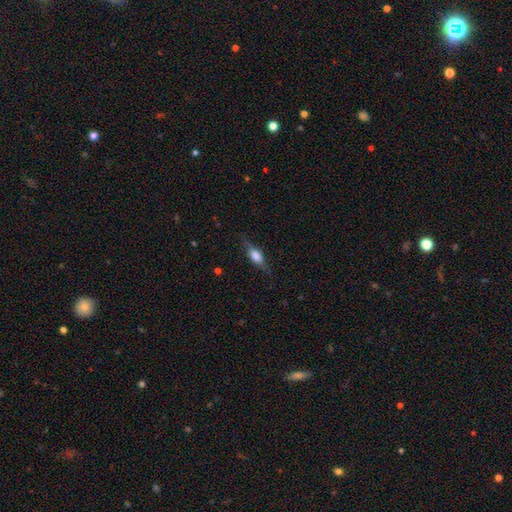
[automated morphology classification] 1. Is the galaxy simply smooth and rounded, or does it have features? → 52% smooth, 40% featured or disk, 8% star or artifact.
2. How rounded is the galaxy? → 65% in between, 30% cigar-shaped, 5% round.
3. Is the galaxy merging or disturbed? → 73% none, 19% minor disturbance, 6% major disturbance, 1% merger.